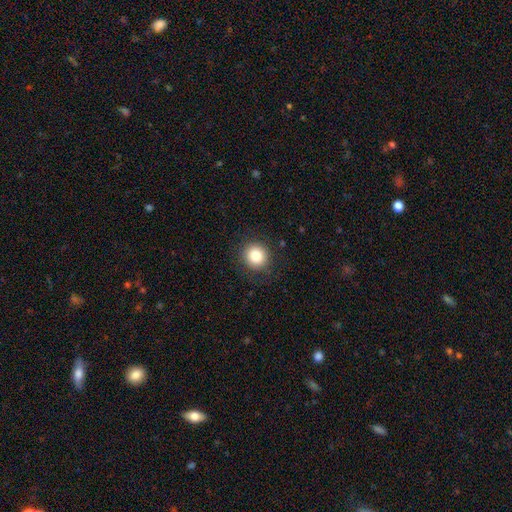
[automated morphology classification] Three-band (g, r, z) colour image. It shows a smooth galaxy with no disk features (85%) that is round (90%). Merging: none (88%).